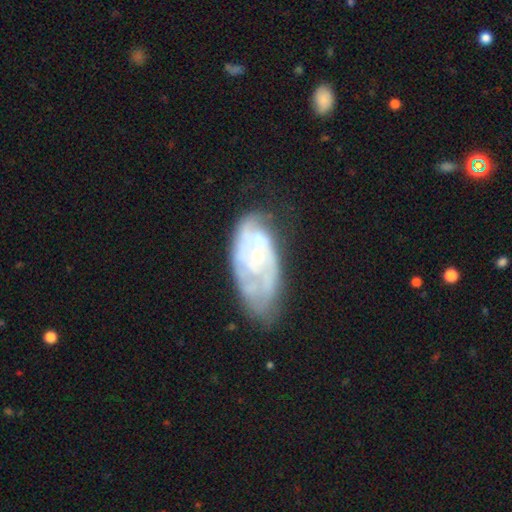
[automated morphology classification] Smooth or featured: featured or disk — 77% (smooth — 17%)
Edge-on disk: no — 94% (yes — 6%)
Bar: no — 77% (weak — 19%)
Spiral arms: yes — 78% (no — 22%)
Spiral winding: tight — 60% (medium — 30%)
Spiral arm count: can't tell — 45% (2 — 29%)
Bulge size: small — 61% (moderate — 34%)
Merging: none — 49% (minor disturbance — 29%)